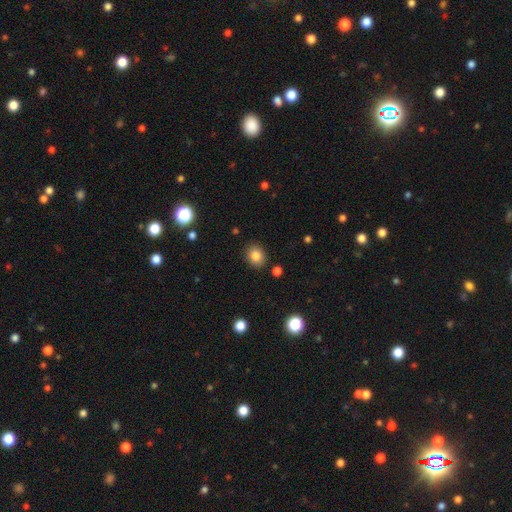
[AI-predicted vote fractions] Q: Smooth or featured?
A: smooth (84%); runner-up: star or artifact (10%)
Q: How rounded?
A: round (52%); runner-up: in between (47%)
Q: Merging?
A: none (87%); runner-up: minor disturbance (8%)